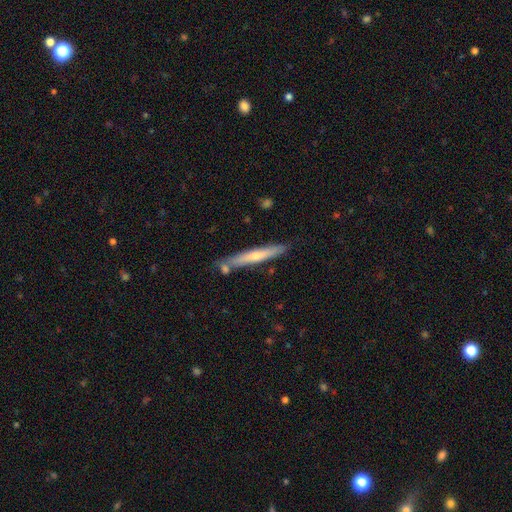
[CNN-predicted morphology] Smooth or featured? smooth (50%)
How rounded? cigar-shaped (95%)
Merging? none (77%)